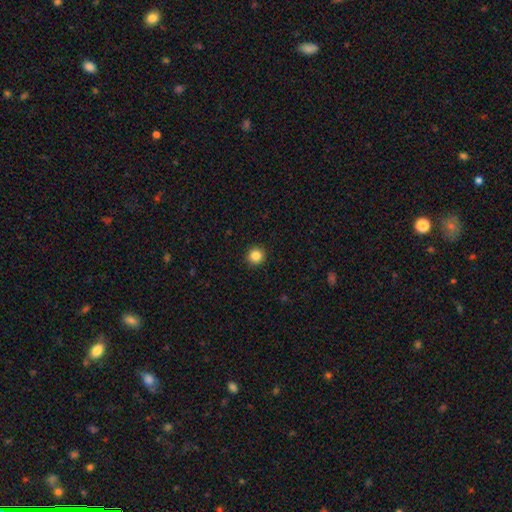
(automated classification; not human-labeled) Q: Smooth or featured?
A: smooth (86%); runner-up: star or artifact (10%)
Q: How rounded?
A: round (94%); runner-up: in between (5%)
Q: Merging?
A: none (93%); runner-up: minor disturbance (5%)